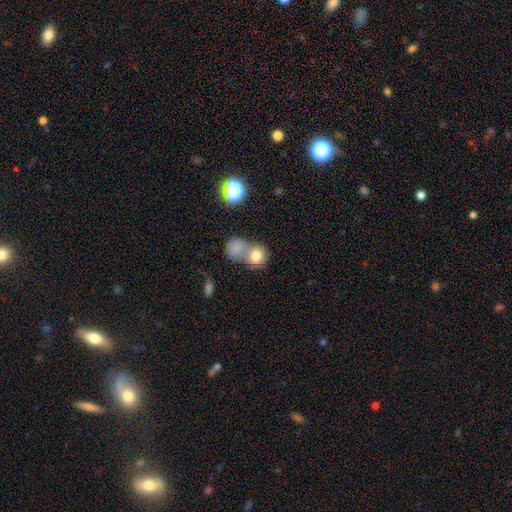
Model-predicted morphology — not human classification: Smooth or featured?
  - smooth: 77% *
  - star or artifact: 12%
  - featured or disk: 11%
How rounded?
  - round: 73% *
  - in between: 26%
  - cigar-shaped: 1%
Merging?
  - merger: 52% *
  - none: 34%
  - minor disturbance: 9%
  - major disturbance: 6%